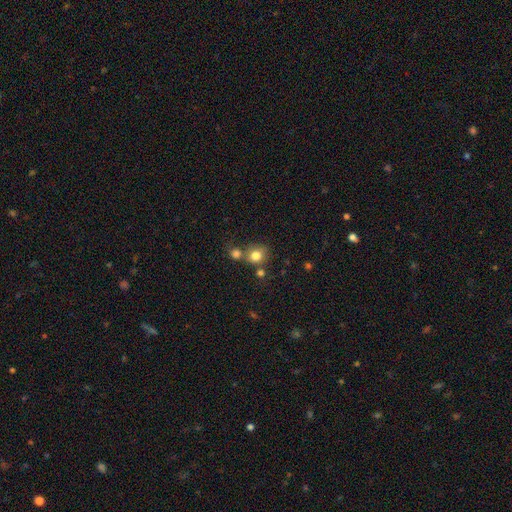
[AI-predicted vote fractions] Smooth or featured? smooth (80%)
How rounded? round (76%)
Merging? none (53%)